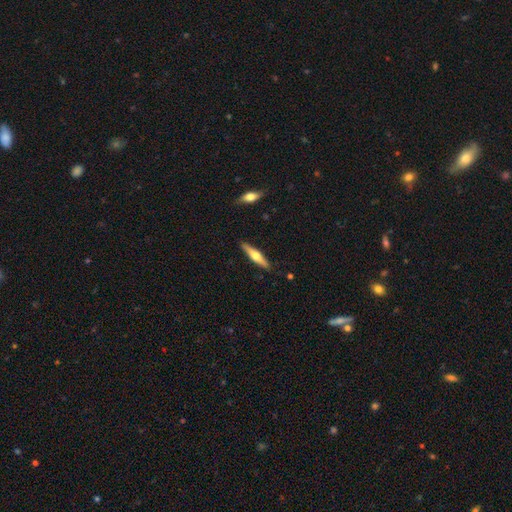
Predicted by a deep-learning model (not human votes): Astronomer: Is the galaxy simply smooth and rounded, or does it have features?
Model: featured or disk — 54% (runner-up: smooth, 40%).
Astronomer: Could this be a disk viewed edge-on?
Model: yes — 94%.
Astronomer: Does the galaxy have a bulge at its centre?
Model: rounded — 93%.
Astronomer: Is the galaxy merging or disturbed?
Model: none — 89%.